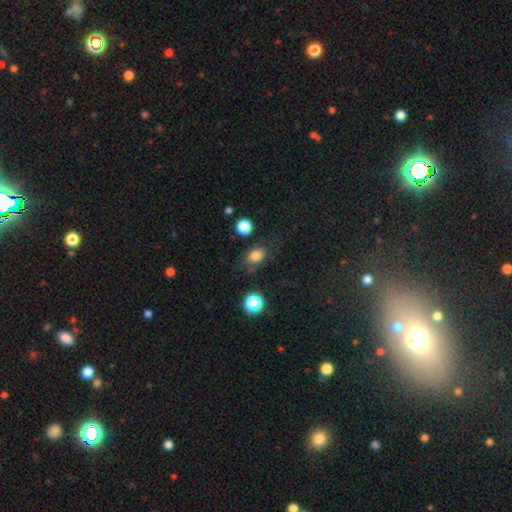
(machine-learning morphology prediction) Q: Smooth or featured?
A: smooth (80%); runner-up: star or artifact (13%)
Q: How rounded?
A: in between (59%); runner-up: round (40%)
Q: Merging?
A: none (68%); runner-up: minor disturbance (19%)